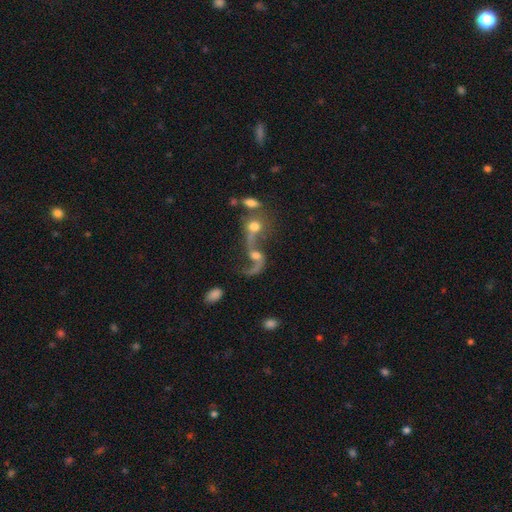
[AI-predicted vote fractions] smooth_or_featured: featured or disk (p=0.72) [alt: smooth p=0.16]
disk_edge_on: no (p=0.96) [alt: yes p=0.04]
bar: no (p=0.59) [alt: weak p=0.31]
has_spiral_arms: yes (p=0.84) [alt: no p=0.16]
spiral_winding: loose (p=0.88) [alt: medium p=0.10]
spiral_arm_count: 2 (p=0.77) [alt: 1 p=0.17]
bulge_size: moderate (p=0.45) [alt: small p=0.28]
merging: merger (p=0.49) [alt: none p=0.26]